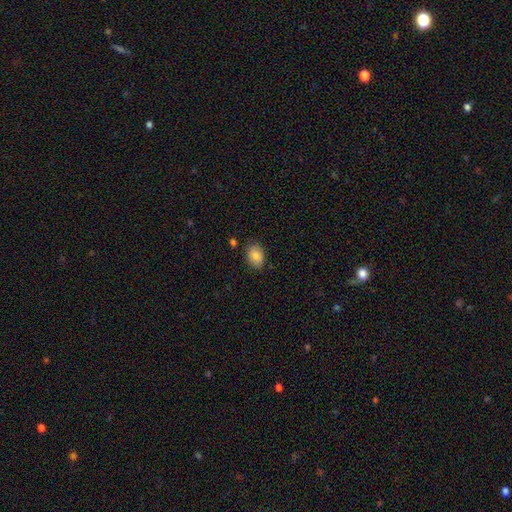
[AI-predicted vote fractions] A smooth galaxy with no disk features (85%) that is in between round and cigar-shaped (82%).

Vote fractions:
- Smooth or featured? smooth: 85% / star or artifact: 7% / featured or disk: 7%
- How rounded? in between: 82% / round: 17% / cigar-shaped: 1%
- Merging? none: 84% / minor disturbance: 12% / major disturbance: 2% / merger: 2%